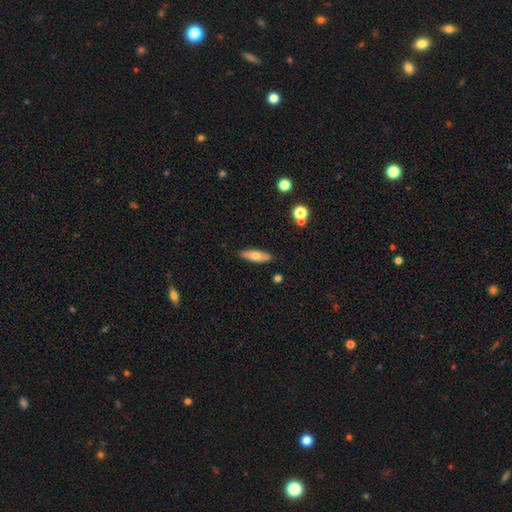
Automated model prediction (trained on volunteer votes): The model was most divided on "how rounded": in between: 51%, cigar-shaped: 46%, round: 3%. More confident: merging — none (87%); smooth or featured — smooth (62%).